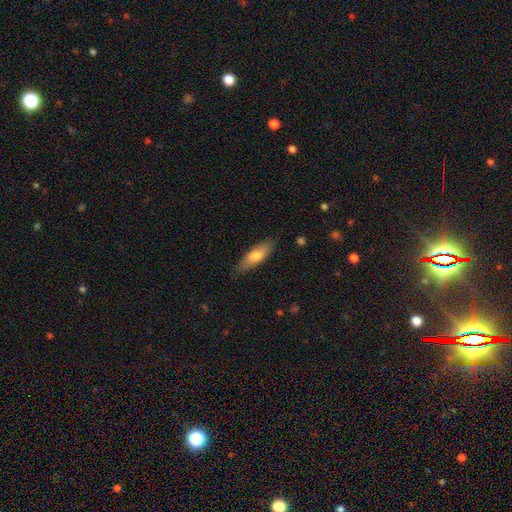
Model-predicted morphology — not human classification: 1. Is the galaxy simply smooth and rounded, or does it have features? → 70% smooth, 24% featured or disk, 6% star or artifact.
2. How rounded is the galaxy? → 53% in between, 45% cigar-shaped, 2% round.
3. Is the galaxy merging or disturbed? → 84% none, 13% minor disturbance, 3% major disturbance, 1% merger.